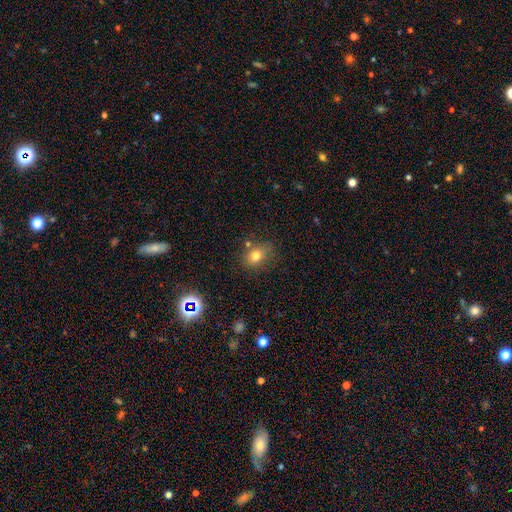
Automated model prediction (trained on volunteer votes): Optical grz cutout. It shows a smooth galaxy with no disk features (75%) that is round (53%). Merging: none (72%).